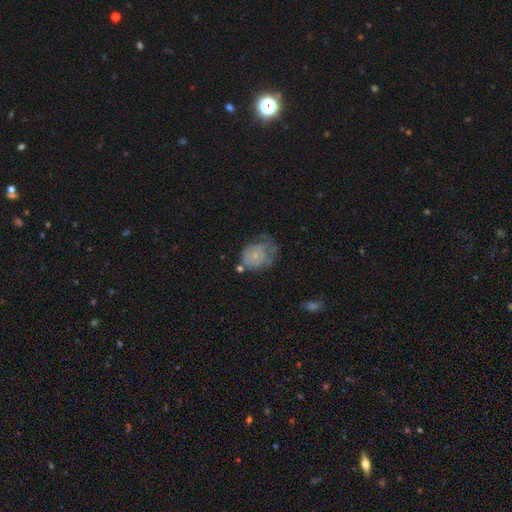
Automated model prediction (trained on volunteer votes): A featured or disk galaxy (47%).

Vote fractions:
- Smooth or featured? featured or disk: 47% / smooth: 44% / star or artifact: 9%
- Merging? none: 33% / minor disturbance: 31% / major disturbance: 29% / merger: 7%